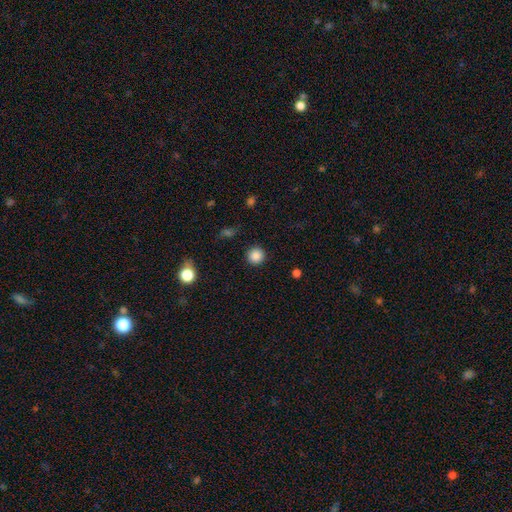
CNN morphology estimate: Overall: smooth (86%). How rounded: round (95%). Merging: none (91%).